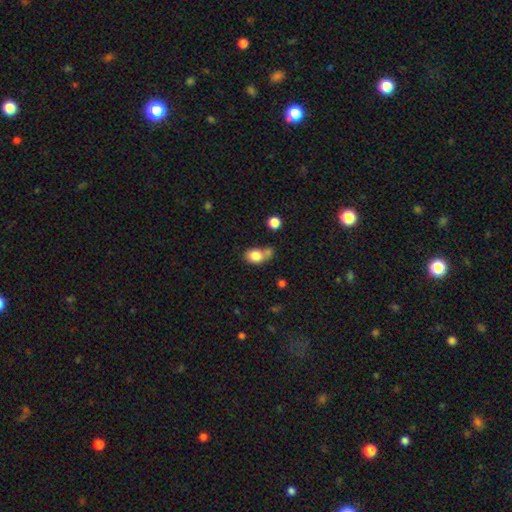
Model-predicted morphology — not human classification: This is clearly a smooth galaxy (82%). How rounded: likely in between (62%). Merging: marginally none (42%).